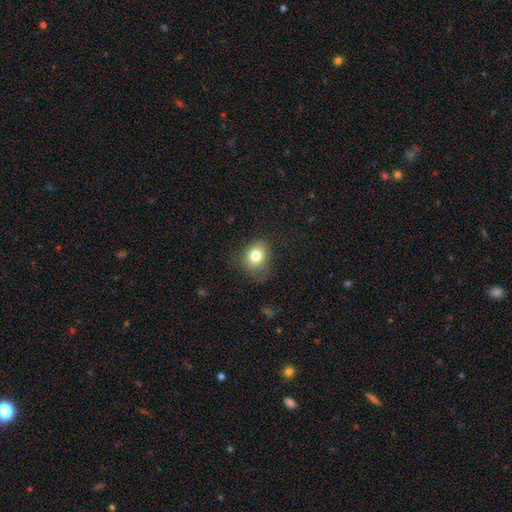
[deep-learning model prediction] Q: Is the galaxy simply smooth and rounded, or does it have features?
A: smooth — 79%.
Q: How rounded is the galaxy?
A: round — 57%.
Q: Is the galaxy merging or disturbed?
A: none — 65%.